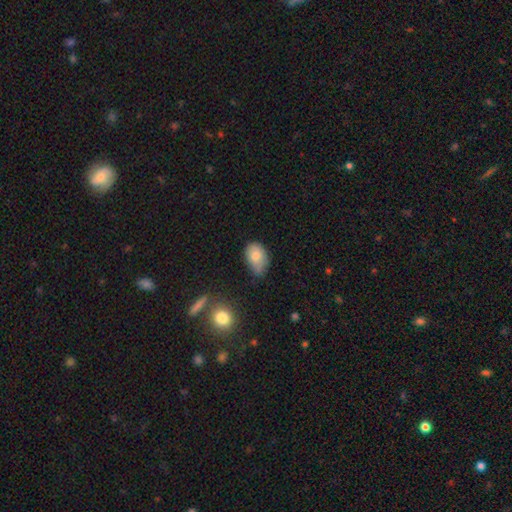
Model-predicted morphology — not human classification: The model was most divided on "merging": minor disturbance: 43%, none: 42%, major disturbance: 10%, merger: 4%. More confident: how rounded — in between (83%); smooth or featured — smooth (79%).